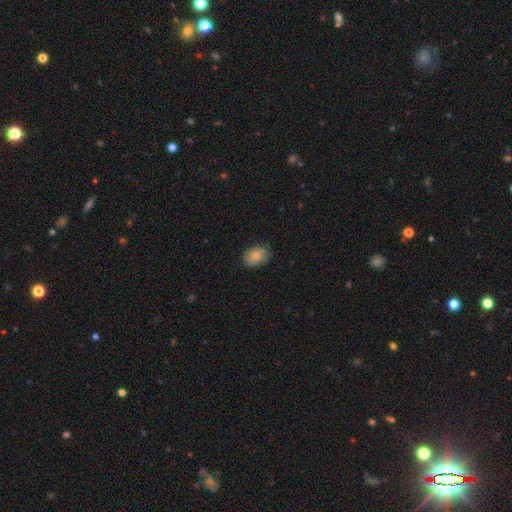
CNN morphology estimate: Smooth or featured: smooth — 81% (featured or disk — 12%)
How rounded: in between — 75% (round — 24%)
Merging: none — 73% (minor disturbance — 22%)